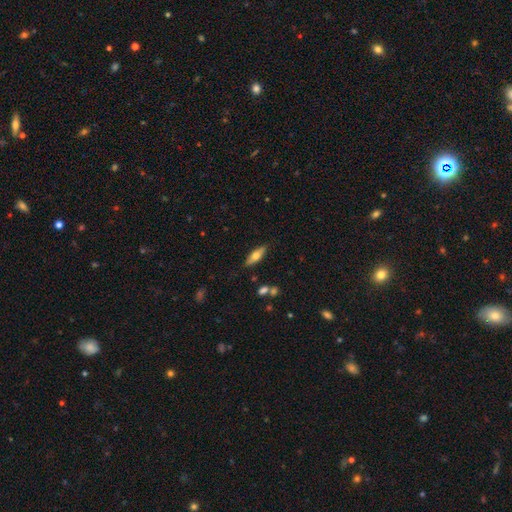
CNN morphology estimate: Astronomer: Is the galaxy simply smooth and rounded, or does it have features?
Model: smooth — 57% (runner-up: featured or disk, 36%).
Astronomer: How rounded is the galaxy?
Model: in between — 60% (runner-up: cigar-shaped, 37%).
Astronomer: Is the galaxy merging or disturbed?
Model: none — 82%.